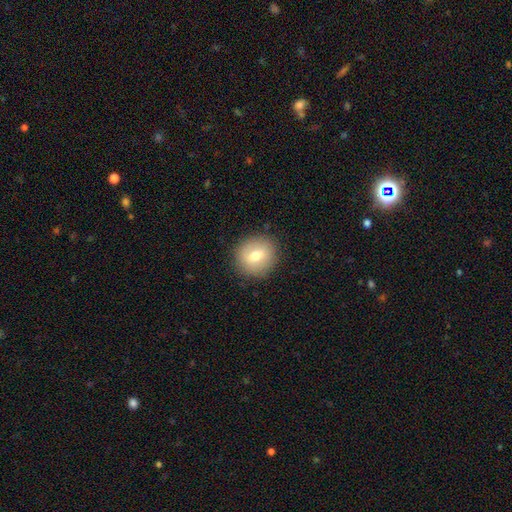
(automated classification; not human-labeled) Smooth or featured? smooth (68%)
How rounded? round (85%)
Merging? none (87%)